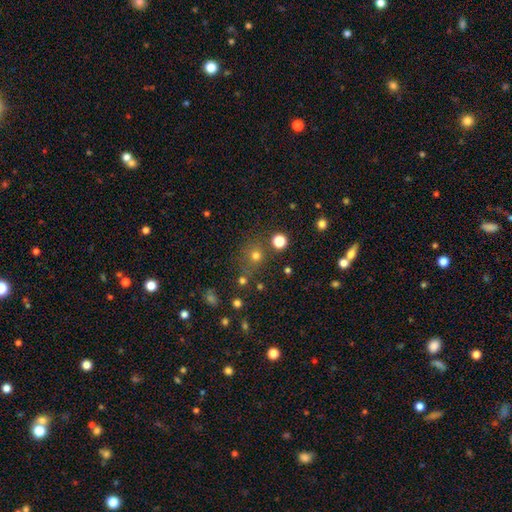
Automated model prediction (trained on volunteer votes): smooth_or_featured: smooth (p=0.67) [alt: star or artifact p=0.25]
how_rounded: round (p=0.89) [alt: in between p=0.10]
merging: none (p=0.75) [alt: minor disturbance p=0.10]